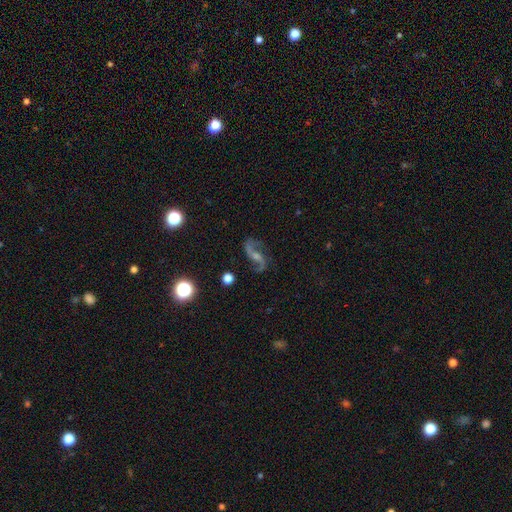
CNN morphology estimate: smooth_or_featured: featured or disk (p=0.87) [alt: star or artifact p=0.08]
disk_edge_on: no (p=0.96) [alt: yes p=0.04]
bar: weak (p=0.42) [alt: no p=0.37]
has_spiral_arms: yes (p=0.97) [alt: no p=0.03]
spiral_winding: loose (p=0.67) [alt: medium p=0.27]
spiral_arm_count: 2 (p=0.94) [alt: can't tell p=0.02]
bulge_size: small (p=0.46) [alt: moderate p=0.41]
merging: none (p=0.82) [alt: minor disturbance p=0.11]